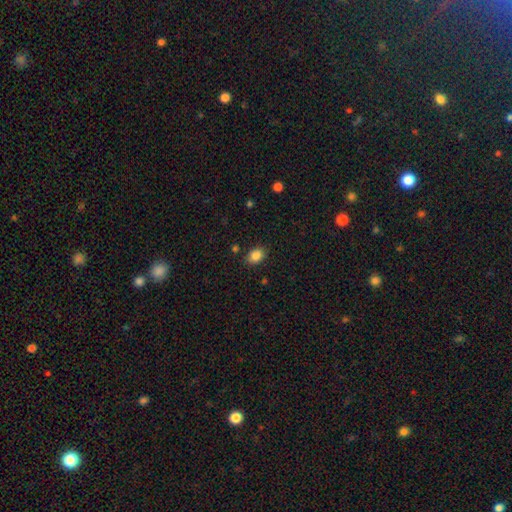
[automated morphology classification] A smooth galaxy with no disk features (86%) that is in between round and cigar-shaped (71%). Merging: none (84%).